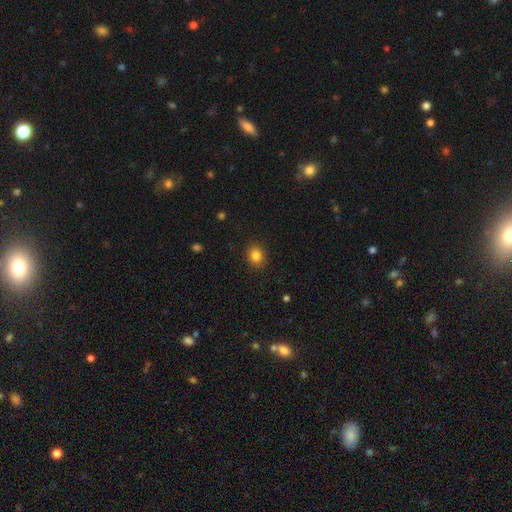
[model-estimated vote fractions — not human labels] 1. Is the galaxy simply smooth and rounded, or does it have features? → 84% smooth, 11% star or artifact, 5% featured or disk.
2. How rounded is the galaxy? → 65% round, 34% in between, 1% cigar-shaped.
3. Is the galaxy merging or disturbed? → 89% none, 8% minor disturbance, 2% major disturbance, 1% merger.